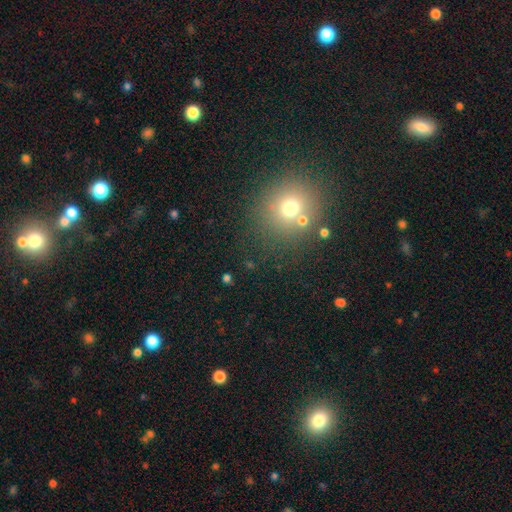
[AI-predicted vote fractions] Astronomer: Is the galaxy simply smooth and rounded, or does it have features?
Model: smooth — 53% (runner-up: star or artifact, 37%).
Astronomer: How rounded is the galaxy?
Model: round — 87%.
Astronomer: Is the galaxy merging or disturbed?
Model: none — 81%.